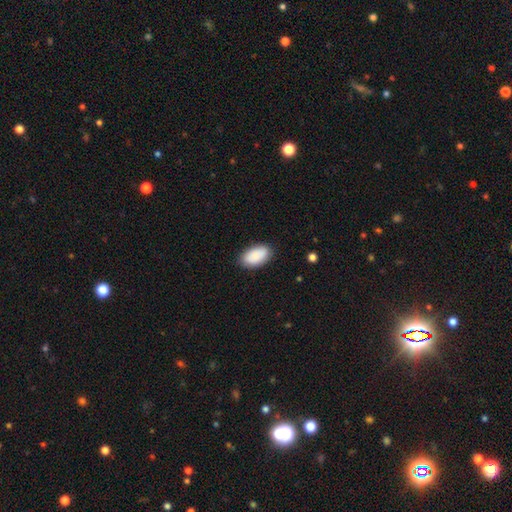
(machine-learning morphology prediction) Smooth or featured? smooth (89%)
How rounded? in between (95%)
Merging? none (84%)